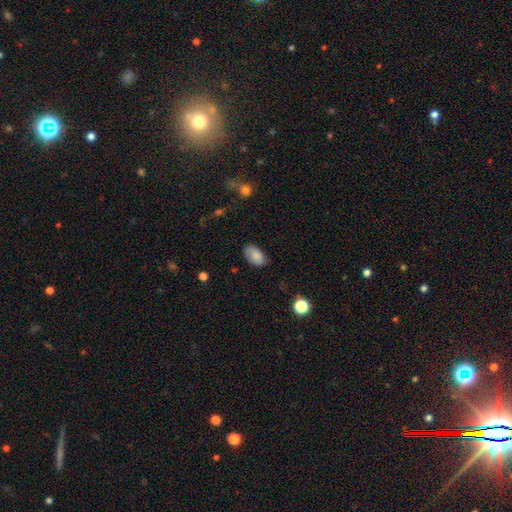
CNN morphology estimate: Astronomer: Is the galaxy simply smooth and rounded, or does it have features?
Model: smooth — 83%.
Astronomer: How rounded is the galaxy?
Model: in between — 92%.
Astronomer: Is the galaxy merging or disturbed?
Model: none — 73%.